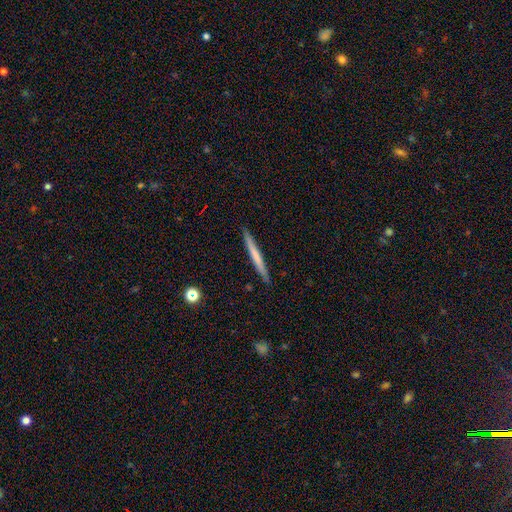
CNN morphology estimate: This appears to be a smooth galaxy with no disk features (57%) that is cigar-shaped (97%). Merging: none (91%).